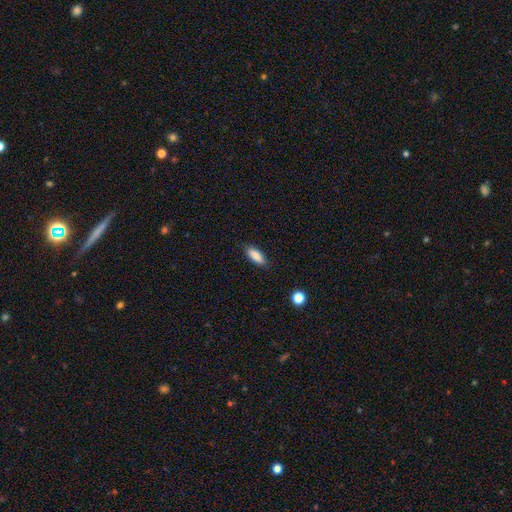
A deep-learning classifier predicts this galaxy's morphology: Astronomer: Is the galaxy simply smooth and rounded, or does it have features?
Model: smooth — 87%.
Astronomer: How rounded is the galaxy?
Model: in between — 77%.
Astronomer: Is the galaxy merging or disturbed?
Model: none — 85%.